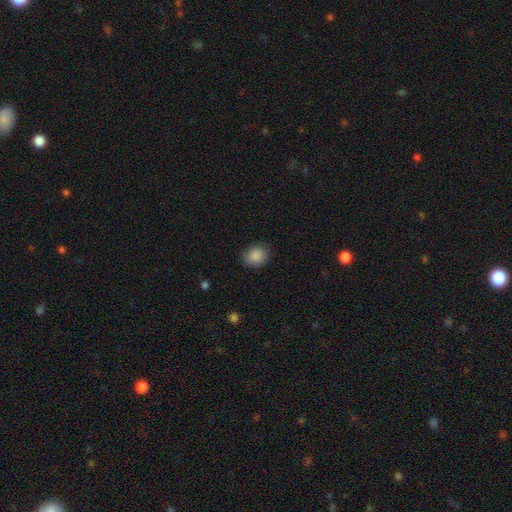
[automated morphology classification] Overall: smooth (88%). How rounded: round (66%; in between 33%). Merging: none (87%).